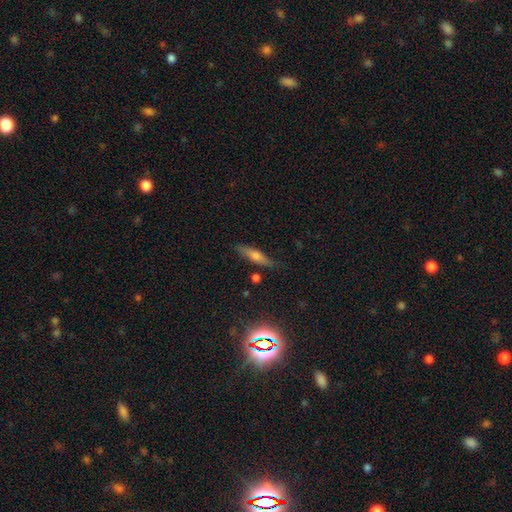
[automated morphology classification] Smooth or featured?
  - smooth: 45% *
  - featured or disk: 44%
  - star or artifact: 11%
Merging?
  - none: 82% *
  - minor disturbance: 13%
  - major disturbance: 3%
  - merger: 2%